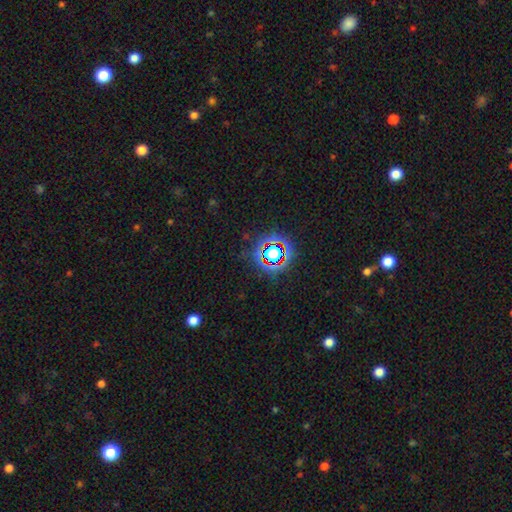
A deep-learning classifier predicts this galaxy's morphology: Smooth or featured? star or artifact (79%)